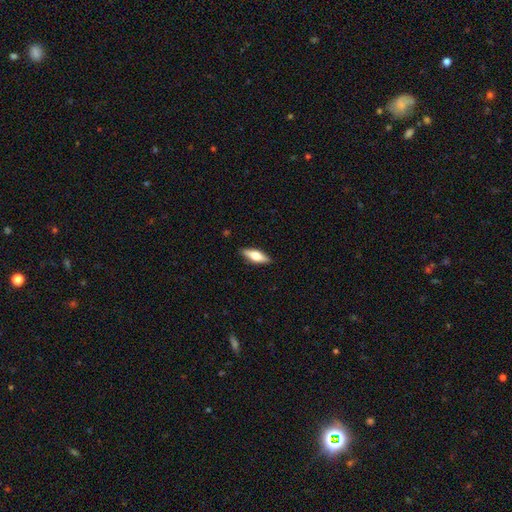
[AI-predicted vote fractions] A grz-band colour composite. It shows a smooth galaxy with no disk features (55%) that is in between round and cigar-shaped (59%). Merging: none (88%).